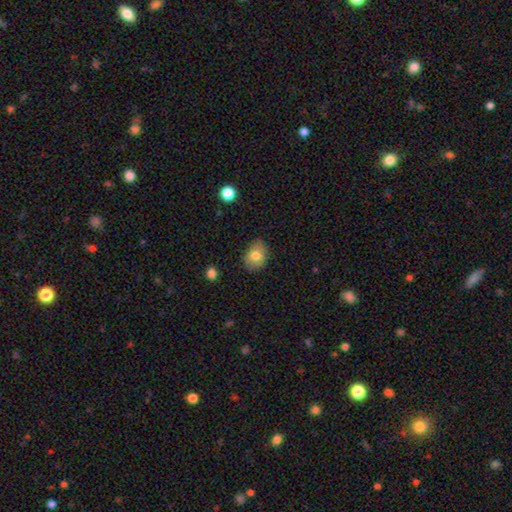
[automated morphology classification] A smooth galaxy with no disk features (78%) that is in between round and cigar-shaped (58%). Merging: none (74%).